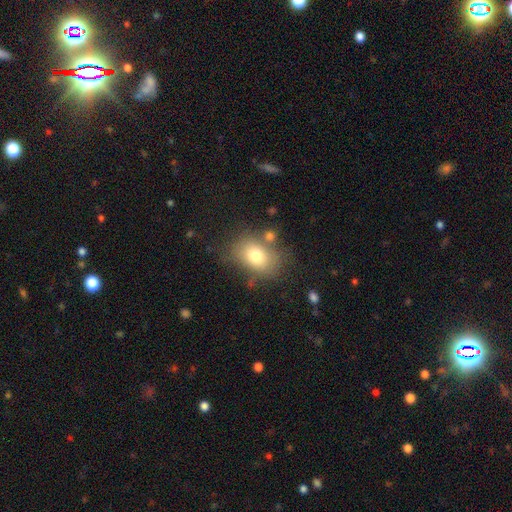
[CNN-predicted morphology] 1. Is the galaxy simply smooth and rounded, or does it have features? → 76% smooth, 15% featured or disk, 10% star or artifact.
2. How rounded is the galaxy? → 73% in between, 26% round, 1% cigar-shaped.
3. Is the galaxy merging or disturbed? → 64% none, 18% minor disturbance, 10% merger, 8% major disturbance.